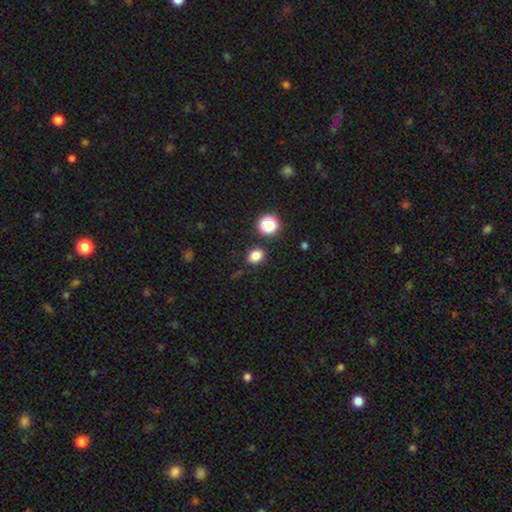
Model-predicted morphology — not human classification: This is clearly a smooth galaxy (80%). How rounded: likely in between (61%). Merging: clearly none (84%).